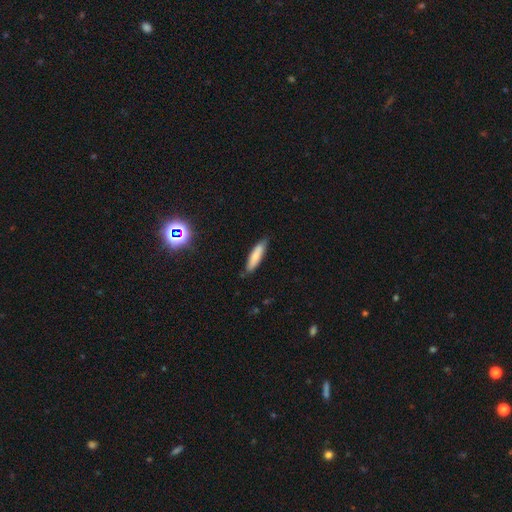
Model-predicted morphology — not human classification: A smooth galaxy with no disk features (80%) that is cigar-shaped (70%).

Vote fractions:
- Smooth or featured? smooth: 80% / featured or disk: 13% / star or artifact: 7%
- How rounded? cigar-shaped: 70% / in between: 29% / round: 1%
- Merging? none: 81% / minor disturbance: 15% / major disturbance: 2% / merger: 1%